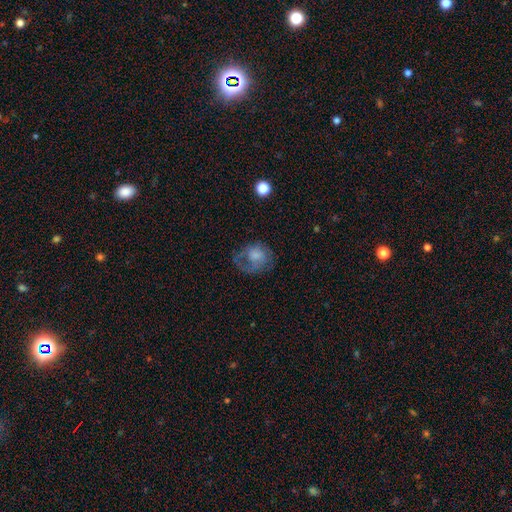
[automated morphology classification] Smooth or featured?
  - smooth: 54% *
  - featured or disk: 37%
  - star or artifact: 10%
How rounded?
  - round: 57% *
  - in between: 42%
  - cigar-shaped: 1%
Merging?
  - none: 41% *
  - major disturbance: 34%
  - minor disturbance: 24%
  - merger: 2%